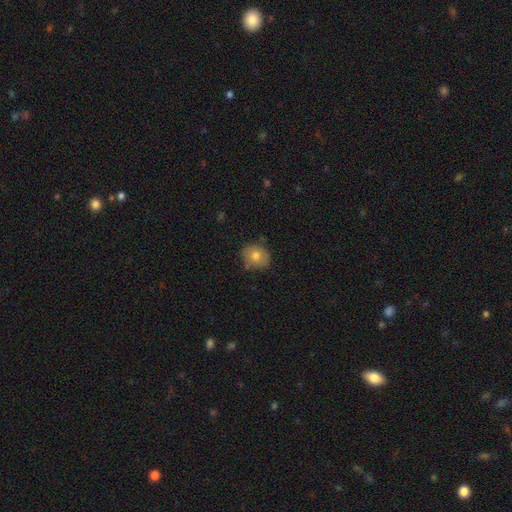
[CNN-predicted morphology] smooth_or_featured: smooth (p=0.75) [alt: featured or disk p=0.16]
how_rounded: round (p=0.72) [alt: in between p=0.27]
merging: none (p=0.74) [alt: minor disturbance p=0.19]